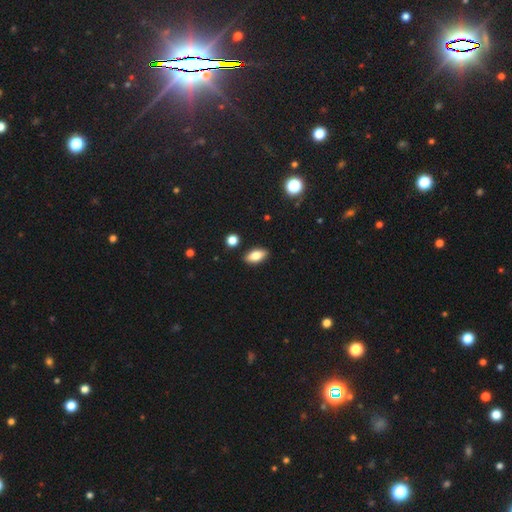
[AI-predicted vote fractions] smooth_or_featured: smooth (p=0.77) [alt: featured or disk p=0.15]
how_rounded: in between (p=0.87) [alt: cigar-shaped p=0.09]
merging: none (p=0.88) [alt: minor disturbance p=0.08]